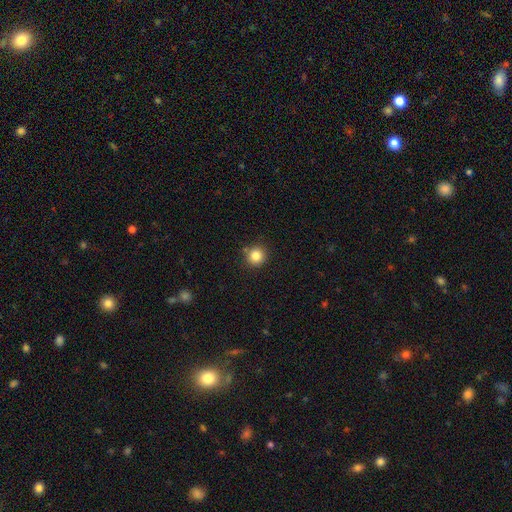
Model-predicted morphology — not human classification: Q: Smooth or featured?
A: smooth (84%); runner-up: star or artifact (11%)
Q: How rounded?
A: round (94%); runner-up: in between (6%)
Q: Merging?
A: none (84%); runner-up: minor disturbance (9%)